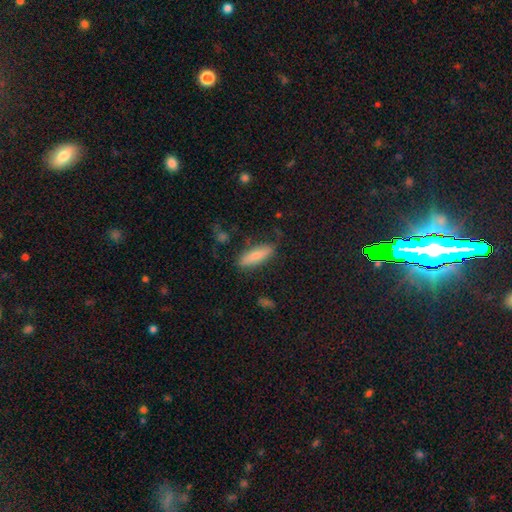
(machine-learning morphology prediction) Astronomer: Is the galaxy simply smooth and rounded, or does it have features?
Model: smooth — 76%.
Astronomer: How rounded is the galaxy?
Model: cigar-shaped — 50% (runner-up: in between, 47%).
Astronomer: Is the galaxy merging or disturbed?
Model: none — 79%.